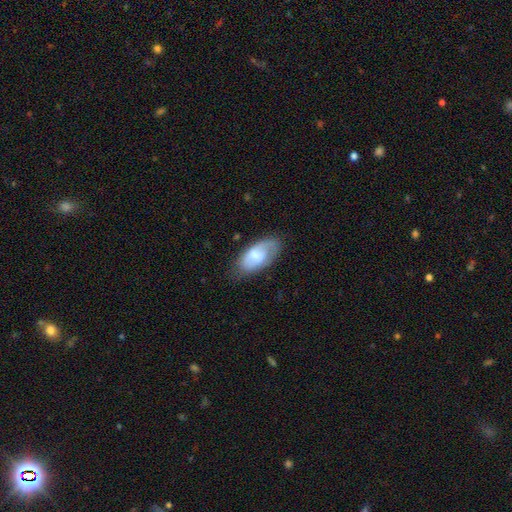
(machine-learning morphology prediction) Smooth or featured: smooth — 53% (featured or disk — 40%)
How rounded: in between — 93% (cigar-shaped — 4%)
Merging: none — 66% (minor disturbance — 24%)